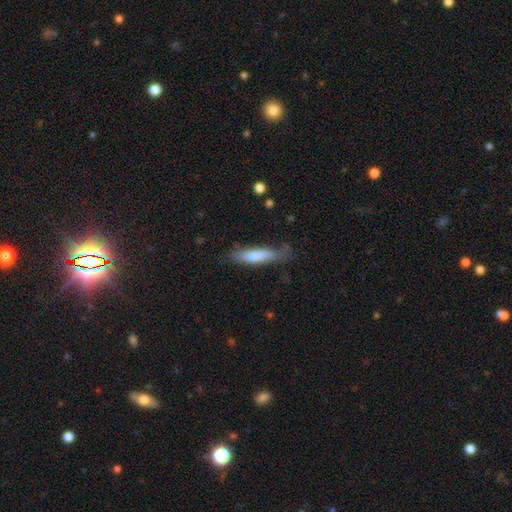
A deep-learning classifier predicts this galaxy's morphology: Smooth or featured? Predicted: smooth (p=0.74). How rounded? Predicted: cigar-shaped (p=0.73). Merging? Predicted: none (p=0.55).